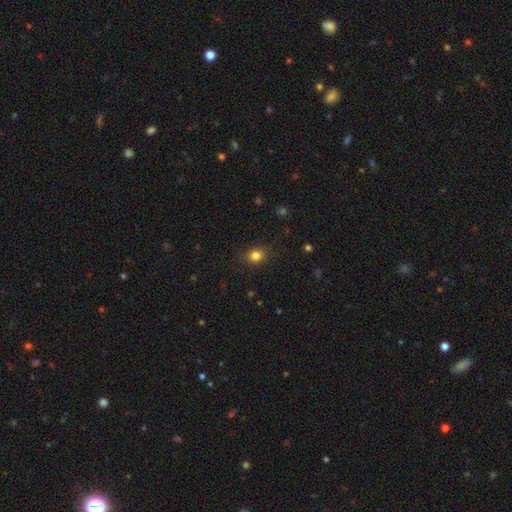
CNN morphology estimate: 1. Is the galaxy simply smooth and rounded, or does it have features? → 82% smooth, 12% star or artifact, 5% featured or disk.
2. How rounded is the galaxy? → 68% round, 31% in between, 1% cigar-shaped.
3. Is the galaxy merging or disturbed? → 87% none, 10% minor disturbance, 3% major disturbance, 1% merger.